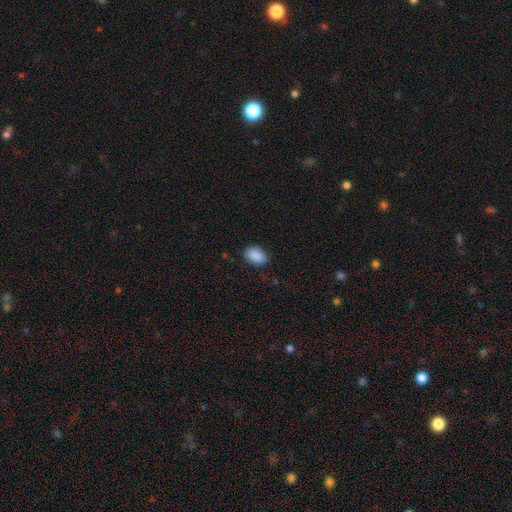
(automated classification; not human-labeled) Smooth or featured? smooth (90%)
How rounded? in between (89%)
Merging? none (83%)